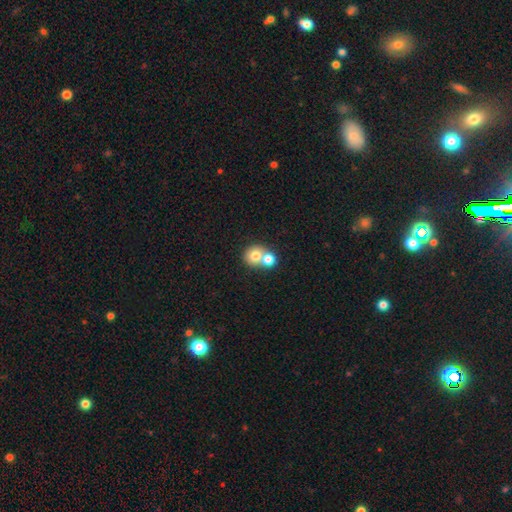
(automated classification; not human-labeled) Smooth or featured: smooth — 75% (featured or disk — 16%)
How rounded: round — 81% (in between — 18%)
Merging: merger — 62% (none — 31%)